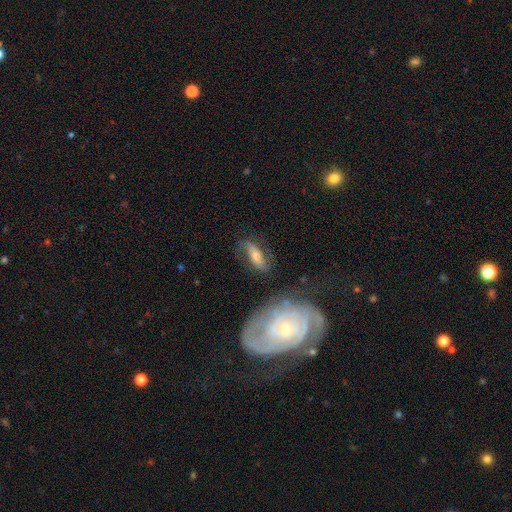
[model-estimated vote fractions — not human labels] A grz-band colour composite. It shows a featured or disk galaxy (58%). Merging: none (66%).